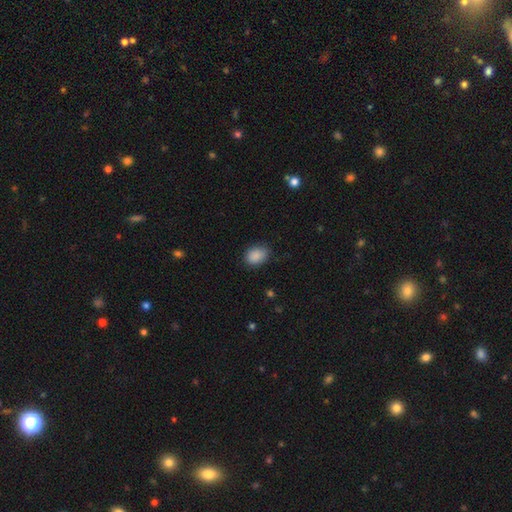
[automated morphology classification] Smooth or featured?
  - smooth: 88% *
  - star or artifact: 8%
  - featured or disk: 4%
How rounded?
  - in between: 71% *
  - round: 28%
  - cigar-shaped: 1%
Merging?
  - none: 81% *
  - minor disturbance: 15%
  - major disturbance: 3%
  - merger: 1%